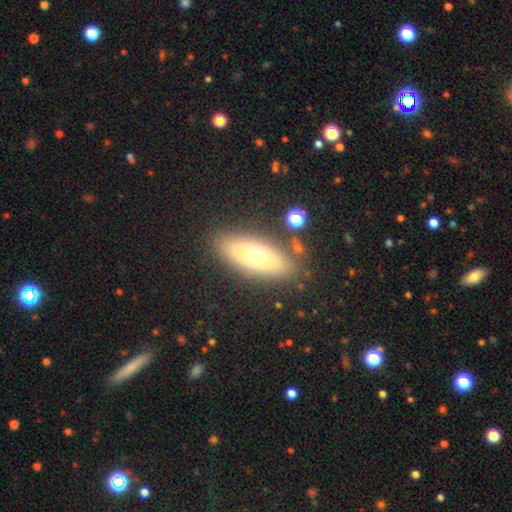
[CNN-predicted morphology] A smooth galaxy with no disk features (59%) that is in between round and cigar-shaped (76%). Merging: none (83%).